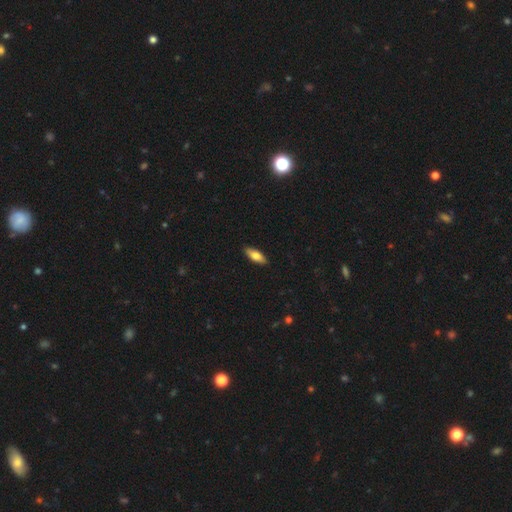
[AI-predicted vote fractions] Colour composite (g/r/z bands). It shows a smooth galaxy with no disk features (75%) that is in between round and cigar-shaped (72%). Merging: none (89%).